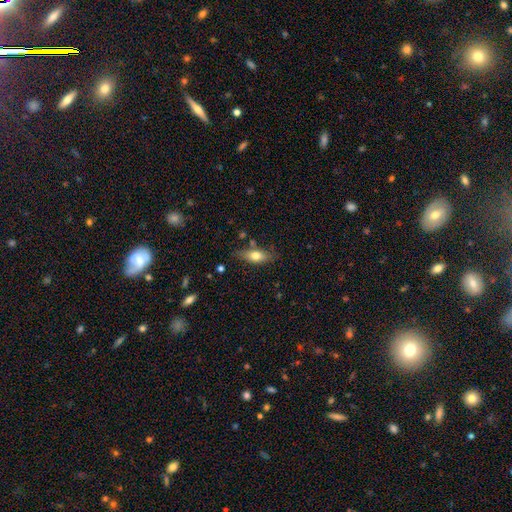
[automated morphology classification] Q: Smooth or featured?
A: smooth (69%); runner-up: featured or disk (24%)
Q: How rounded?
A: in between (71%); runner-up: cigar-shaped (25%)
Q: Merging?
A: none (74%); runner-up: minor disturbance (17%)